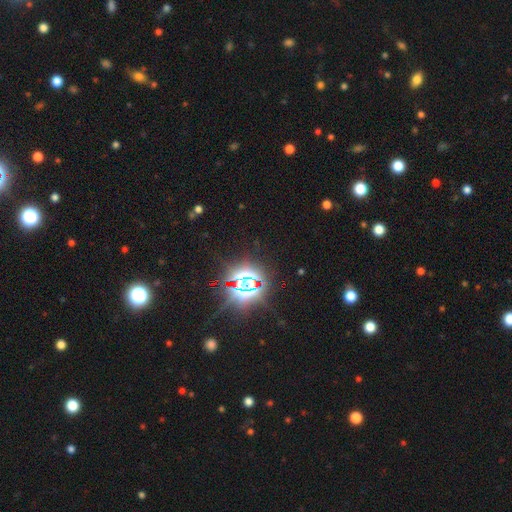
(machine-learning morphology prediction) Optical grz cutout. It shows a star or artifact, not a galaxy (84%).